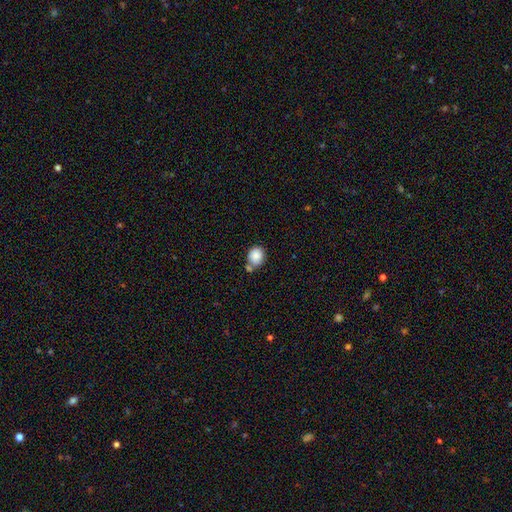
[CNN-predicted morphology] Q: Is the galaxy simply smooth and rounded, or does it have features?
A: smooth — 86%.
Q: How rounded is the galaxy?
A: round — 61%.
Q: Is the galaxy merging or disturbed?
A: none — 57%.